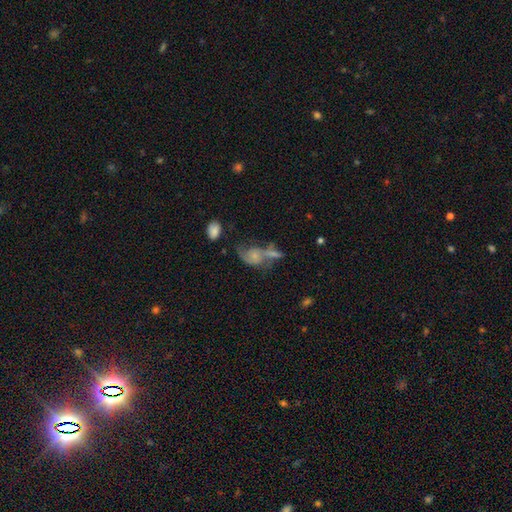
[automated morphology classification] A featured or disk galaxy (64%) with no bar (70%), 2 (78%) loose (47%) spiral arms (84%) and a small central bulge (56%). Merging: merger (34%).